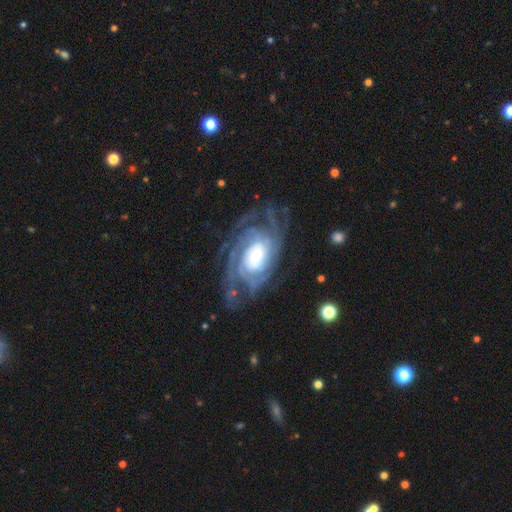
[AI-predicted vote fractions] Smooth or featured?
  - featured or disk: 89% *
  - smooth: 6%
  - star or artifact: 5%
Edge-on disk?
  - no: 96% *
  - yes: 4%
Bar?
  - no: 61% *
  - weak: 28%
  - strong: 11%
Spiral arms?
  - yes: 97% *
  - no: 3%
Spiral winding?
  - tight: 68% *
  - medium: 26%
  - loose: 6%
Spiral arm count?
  - can't tell: 31% *
  - 4: 19%
  - 3: 18%
  - 2: 14%
  - more than 4: 12%
  - 1: 7%
Bulge size?
  - moderate: 45% *
  - large: 31%
  - small: 19%
  - dominant: 2%
  - none: 2%
Merging?
  - none: 70% *
  - minor disturbance: 17%
  - major disturbance: 12%
  - merger: 2%